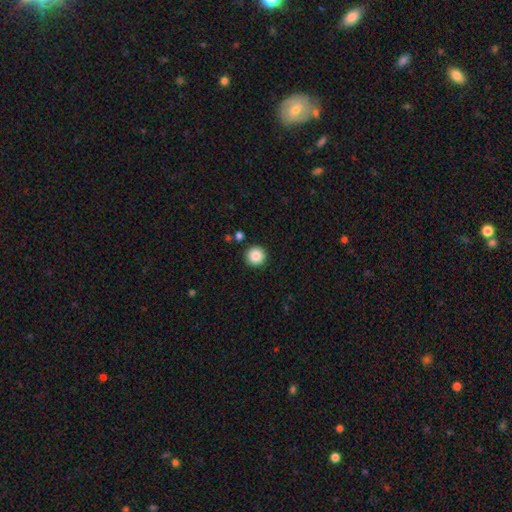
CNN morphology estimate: The model was most divided on "smooth or featured": smooth: 86%, star or artifact: 9%, featured or disk: 5%. More confident: how rounded — round (96%); merging — none (92%).